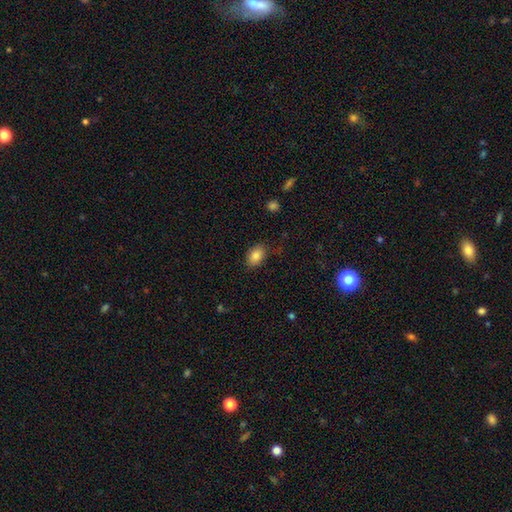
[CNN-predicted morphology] Overall: smooth (85%). How rounded: in between (81%). Merging: none (80%).